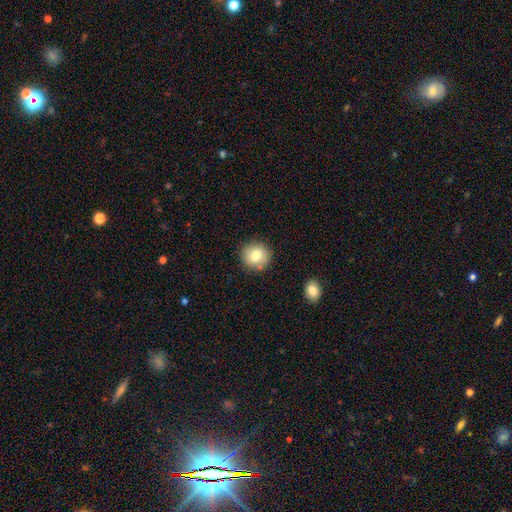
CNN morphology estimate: Q: Smooth or featured?
A: smooth (79%); runner-up: featured or disk (12%)
Q: How rounded?
A: round (89%); runner-up: in between (10%)
Q: Merging?
A: none (85%); runner-up: minor disturbance (9%)